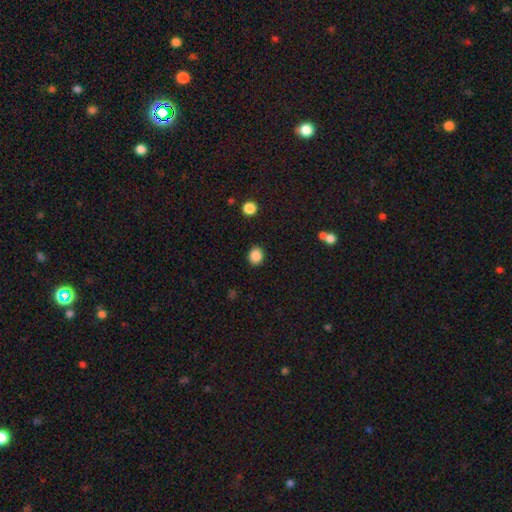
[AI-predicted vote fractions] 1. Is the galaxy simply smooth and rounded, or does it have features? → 86% smooth, 10% star or artifact, 4% featured or disk.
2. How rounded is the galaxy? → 73% round, 26% in between, 1% cigar-shaped.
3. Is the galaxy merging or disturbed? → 90% none, 7% minor disturbance, 2% major disturbance, 2% merger.